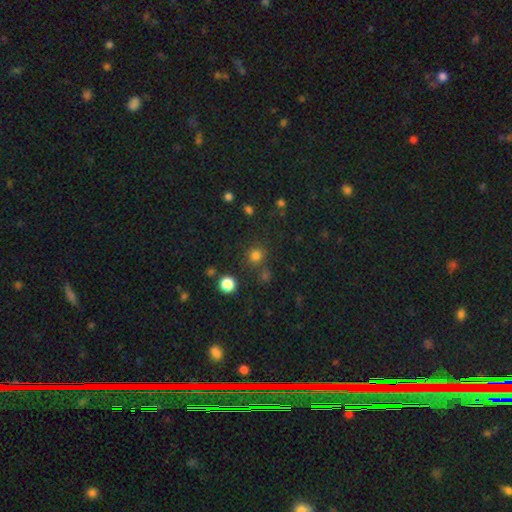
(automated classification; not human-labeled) Smooth or featured? Predicted: smooth (p=0.76). How rounded? Predicted: round (p=0.91). Merging? Predicted: none (p=0.79).